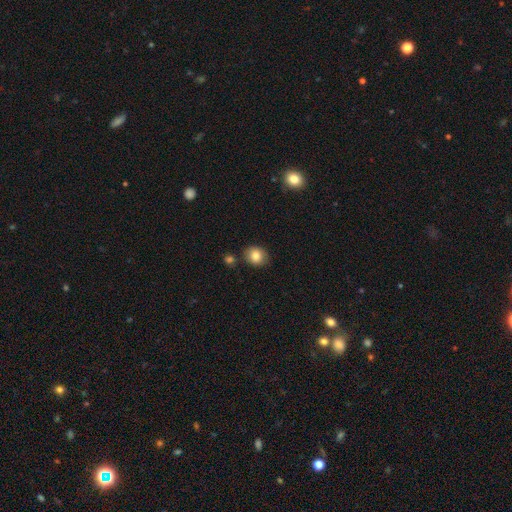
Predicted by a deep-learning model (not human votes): Smooth or featured: smooth — 84% (star or artifact — 9%)
How rounded: round — 68% (in between — 31%)
Merging: none — 81% (minor disturbance — 11%)